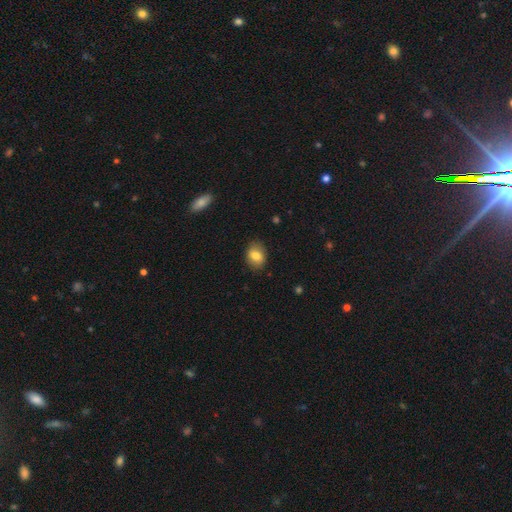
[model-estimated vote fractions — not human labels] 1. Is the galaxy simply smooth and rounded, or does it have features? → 79% smooth, 13% featured or disk, 8% star or artifact.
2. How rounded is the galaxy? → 64% in between, 35% round, 1% cigar-shaped.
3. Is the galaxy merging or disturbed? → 83% none, 13% minor disturbance, 3% major disturbance, 1% merger.